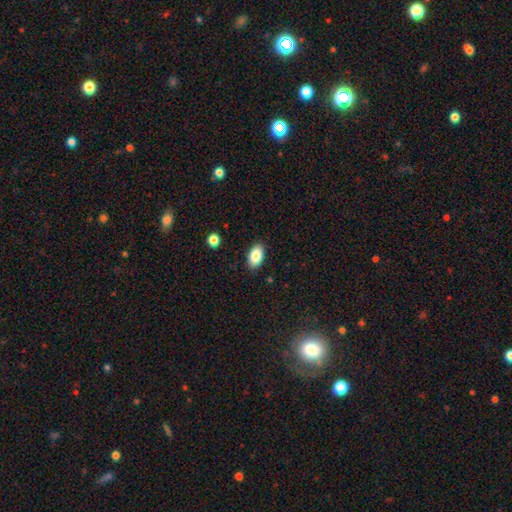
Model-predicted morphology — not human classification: Q: Smooth or featured?
A: smooth (87%); runner-up: star or artifact (7%)
Q: How rounded?
A: in between (92%); runner-up: round (6%)
Q: Merging?
A: none (88%); runner-up: minor disturbance (9%)